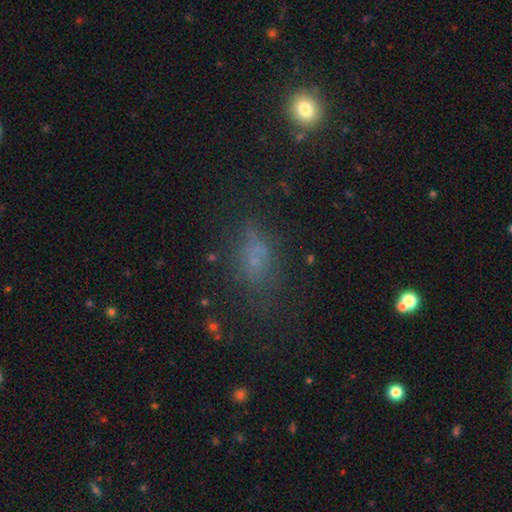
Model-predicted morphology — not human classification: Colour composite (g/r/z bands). It shows a smooth galaxy with no disk features (58%) that is in between round and cigar-shaped (74%). Merging: none (58%).